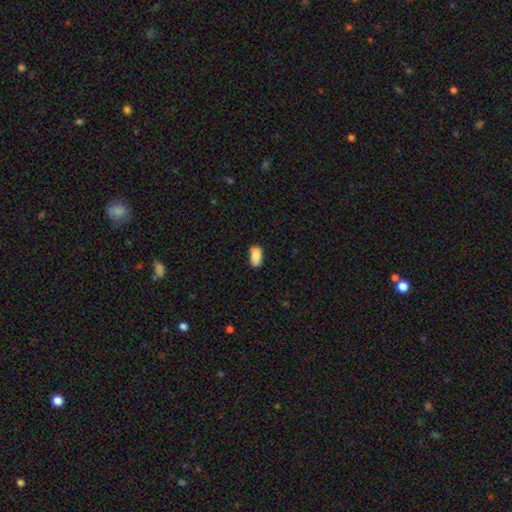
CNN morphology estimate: Smooth or featured? Predicted: smooth (p=0.86). How rounded? Predicted: in between (p=0.93). Merging? Predicted: none (p=0.84).